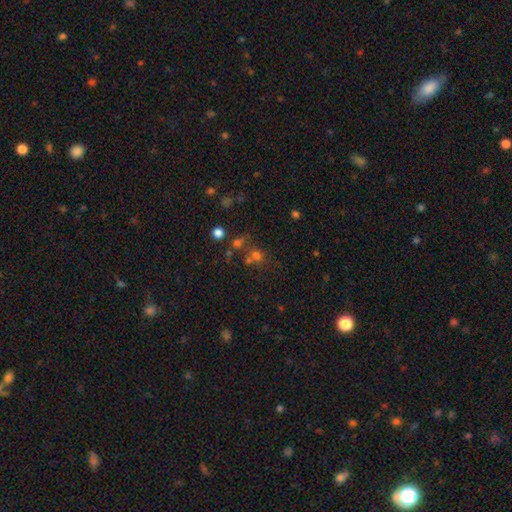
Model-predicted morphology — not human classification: This is possibly a smooth galaxy (53%). How rounded: clearly round (83%). Merging: possibly none (55%).